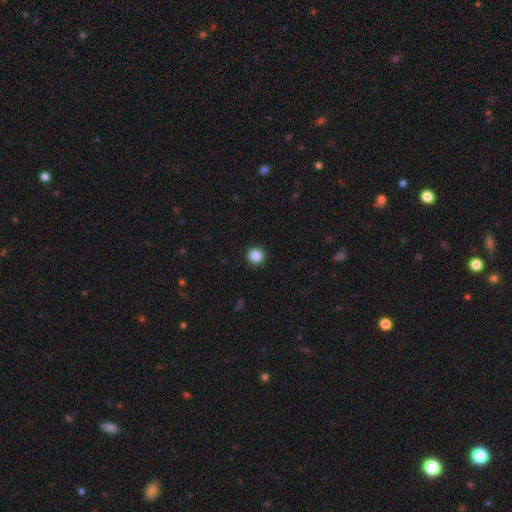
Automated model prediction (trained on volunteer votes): smooth_or_featured: smooth (p=0.87) [alt: star or artifact p=0.10]
how_rounded: round (p=0.95) [alt: in between p=0.04]
merging: none (p=0.93) [alt: minor disturbance p=0.04]